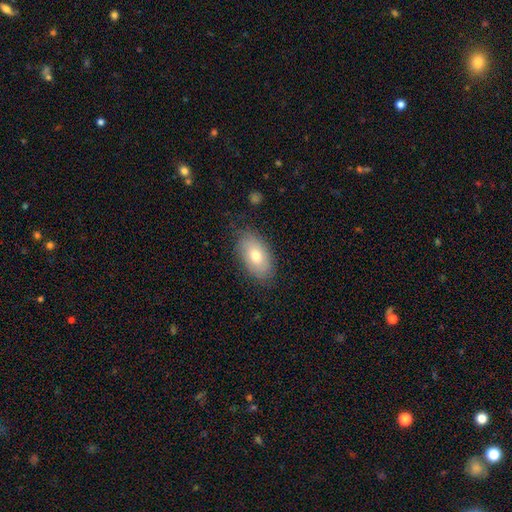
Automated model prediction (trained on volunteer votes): Smooth or featured? smooth (72%)
How rounded? in between (92%)
Merging? none (81%)